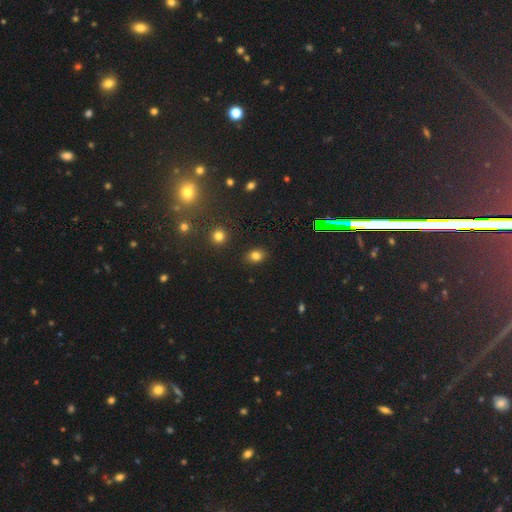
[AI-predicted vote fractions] smooth-or-featured: smooth: 78% | star or artifact: 16% | featured or disk: 6%
  how-rounded: in between: 53% | round: 46% | cigar-shaped: 1%
  merging: none: 87% | minor disturbance: 8% | major disturbance: 2% | merger: 2%